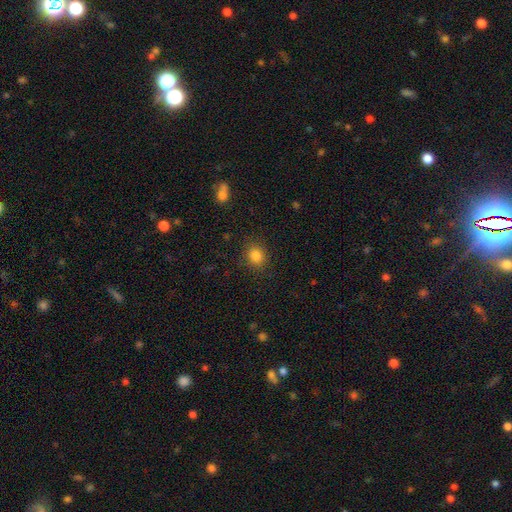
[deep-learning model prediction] smooth 84%, star or artifact 11%, featured or disk 5%. Down the decision tree: how rounded — round (61%); merging — none (86%).